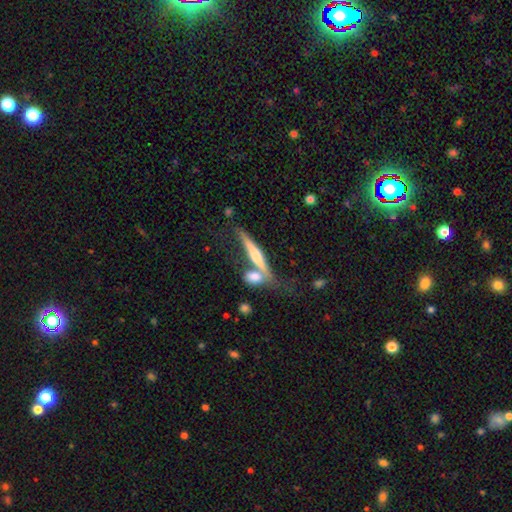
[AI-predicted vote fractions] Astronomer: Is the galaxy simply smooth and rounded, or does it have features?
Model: featured or disk — 64%.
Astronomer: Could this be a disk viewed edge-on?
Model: yes — 95%.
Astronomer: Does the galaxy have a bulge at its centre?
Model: rounded — 79%.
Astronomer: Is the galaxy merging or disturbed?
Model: none — 62%.